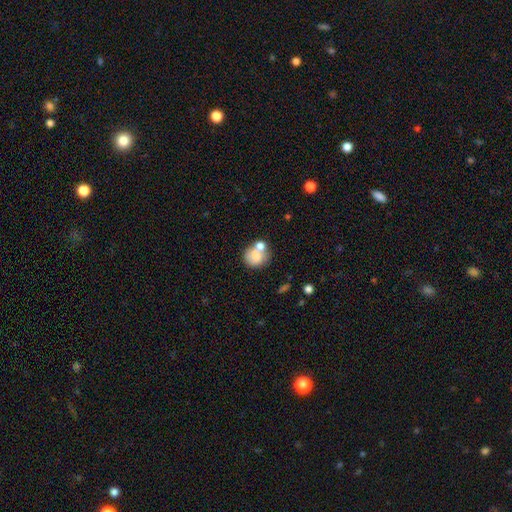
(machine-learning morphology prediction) This appears to be a smooth galaxy with no disk features (72%) that is round (74%). Merging: none (42%).